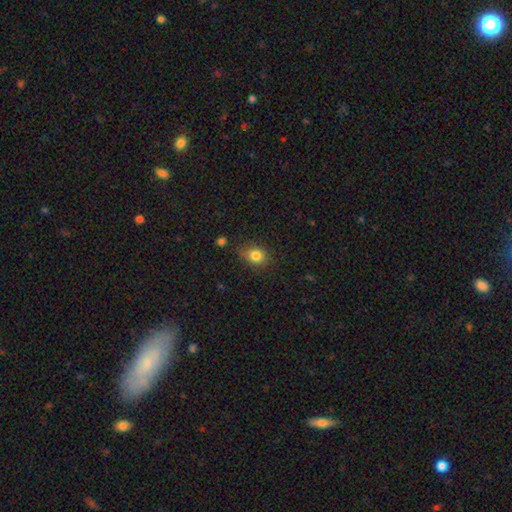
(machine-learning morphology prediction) This is clearly a smooth galaxy (82%). How rounded: possibly round (52%). Merging: likely none (71%).